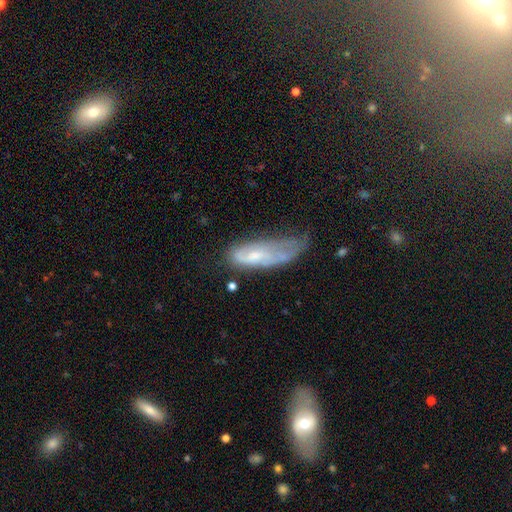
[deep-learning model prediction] featured or disk 48%, smooth 45%, star or artifact 7%. Down the decision tree: merging — major disturbance (35%).